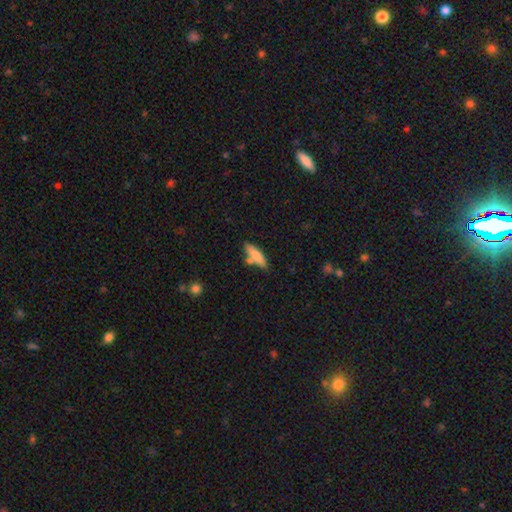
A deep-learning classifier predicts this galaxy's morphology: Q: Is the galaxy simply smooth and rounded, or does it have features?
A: smooth — 74%.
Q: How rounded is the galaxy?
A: cigar-shaped — 63%.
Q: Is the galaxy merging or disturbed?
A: none — 67%.